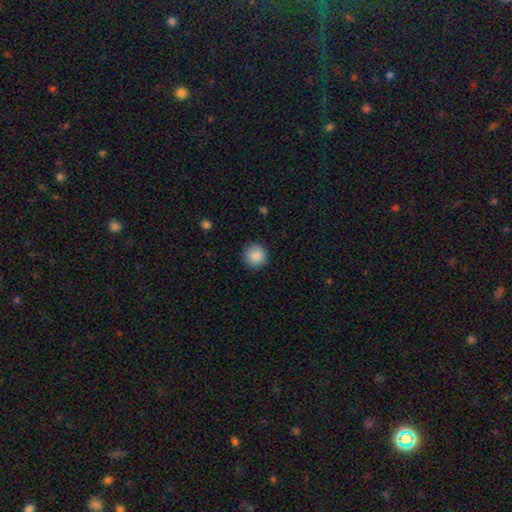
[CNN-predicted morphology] Smooth or featured? smooth (89%)
How rounded? round (95%)
Merging? none (90%)